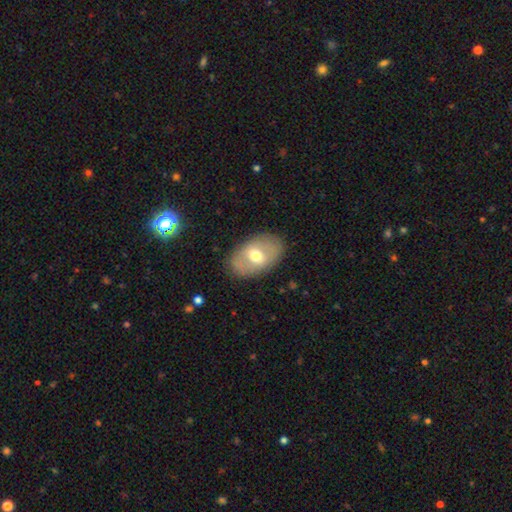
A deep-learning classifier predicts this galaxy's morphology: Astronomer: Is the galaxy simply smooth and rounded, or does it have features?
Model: smooth — 54% (runner-up: featured or disk, 39%).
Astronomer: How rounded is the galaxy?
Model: in between — 85%.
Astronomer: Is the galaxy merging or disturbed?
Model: none — 83%.